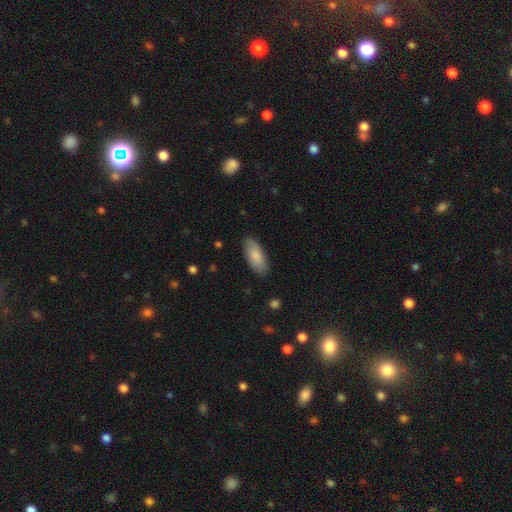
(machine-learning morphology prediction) type=smooth (84%); roundness=in between (83%); merging=none (86%).